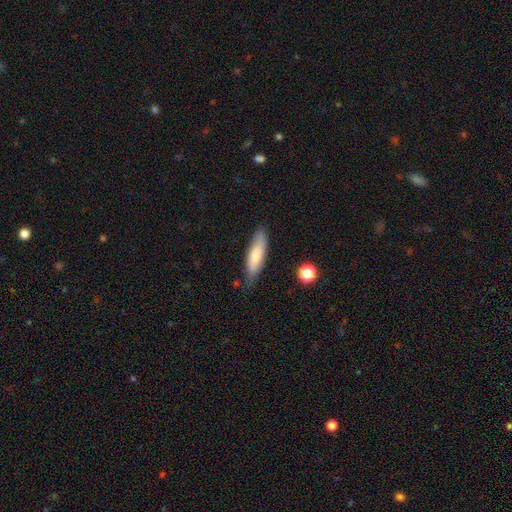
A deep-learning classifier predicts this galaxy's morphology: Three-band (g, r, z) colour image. It shows a smooth galaxy with no disk features (76%) that is cigar-shaped (59%). Merging: none (78%).